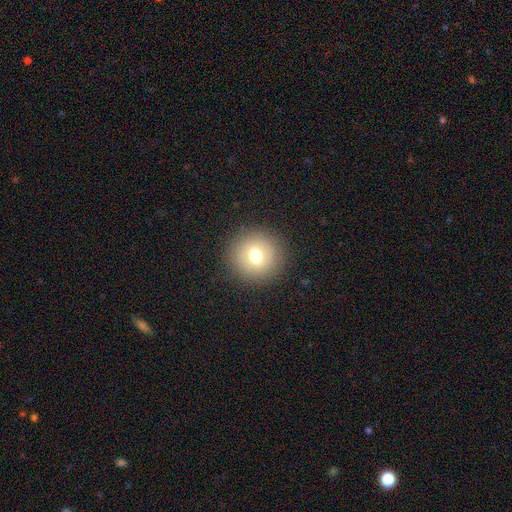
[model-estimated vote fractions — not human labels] Smooth or featured? Predicted: smooth (p=0.69). How rounded? Predicted: round (p=0.92). Merging? Predicted: none (p=0.89).